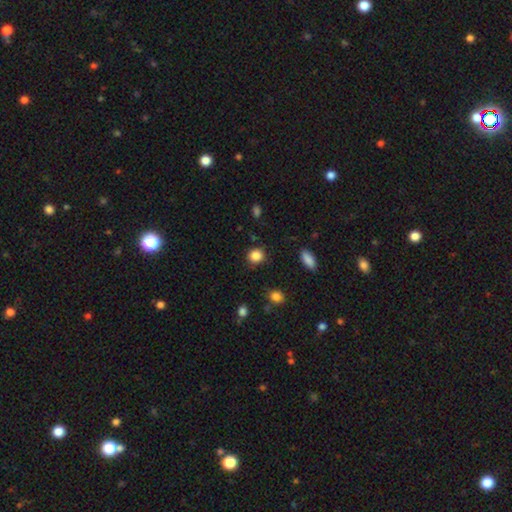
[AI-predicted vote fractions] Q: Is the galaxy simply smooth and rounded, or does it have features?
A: smooth — 86%.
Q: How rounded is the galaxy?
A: round — 83%.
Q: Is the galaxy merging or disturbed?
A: none — 86%.